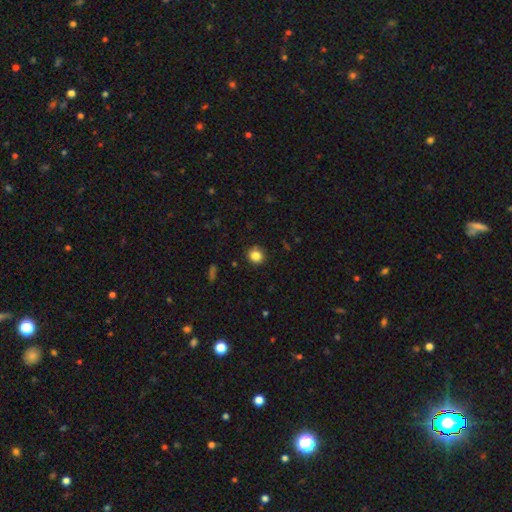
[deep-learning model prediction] Overall: smooth (84%). How rounded: round (91%). Merging: none (90%).